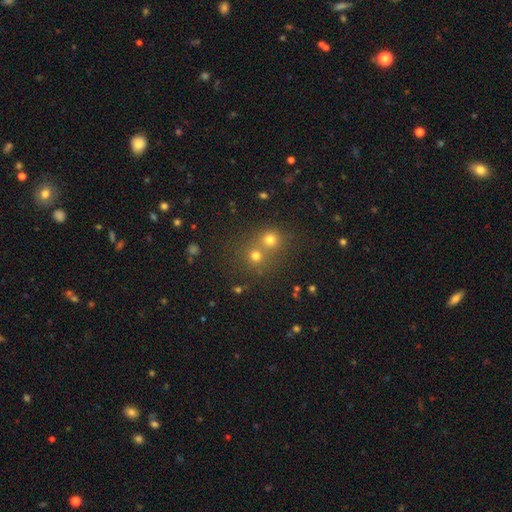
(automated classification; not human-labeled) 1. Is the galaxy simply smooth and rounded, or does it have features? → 70% smooth, 20% star or artifact, 9% featured or disk.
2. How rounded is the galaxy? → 88% round, 11% in between, 1% cigar-shaped.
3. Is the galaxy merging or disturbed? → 51% none, 40% merger, 6% minor disturbance, 3% major disturbance.